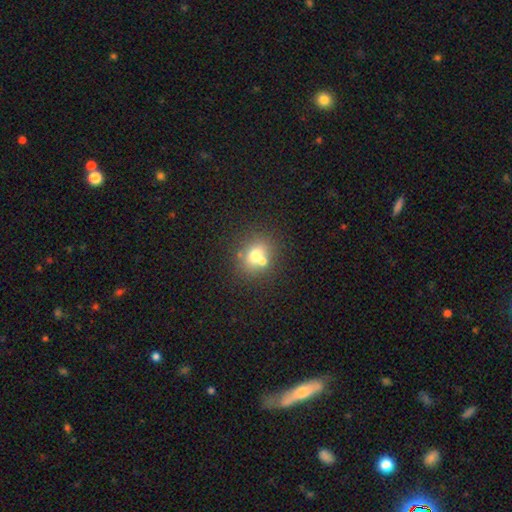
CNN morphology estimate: A smooth galaxy with no disk features (68%) that is round (70%).

Vote fractions:
- Smooth or featured? smooth: 68% / featured or disk: 18% / star or artifact: 14%
- How rounded? round: 70% / in between: 29% / cigar-shaped: 1%
- Merging? none: 55% / merger: 33% / minor disturbance: 9% / major disturbance: 4%